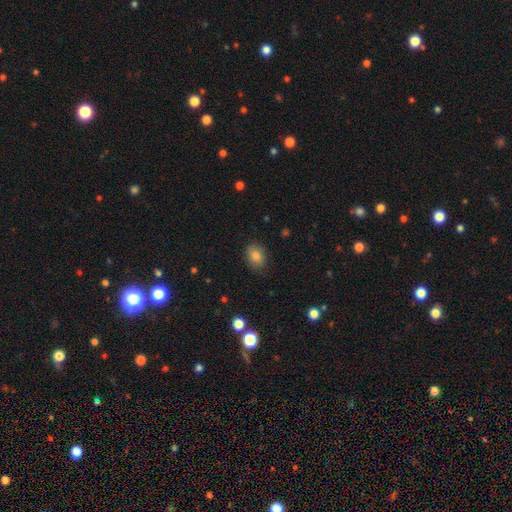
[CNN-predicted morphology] The model was most divided on "how rounded": in between: 70%, round: 29%, cigar-shaped: 1%. More confident: merging — none (85%); smooth or featured — smooth (83%).